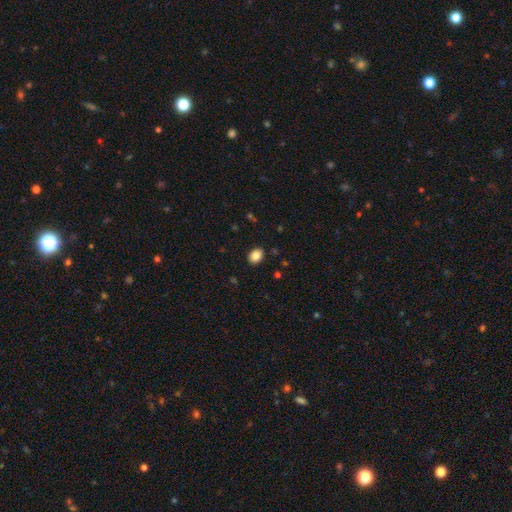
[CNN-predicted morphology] This is clearly a smooth galaxy (86%). How rounded: likely in between (64%). Merging: clearly none (89%).